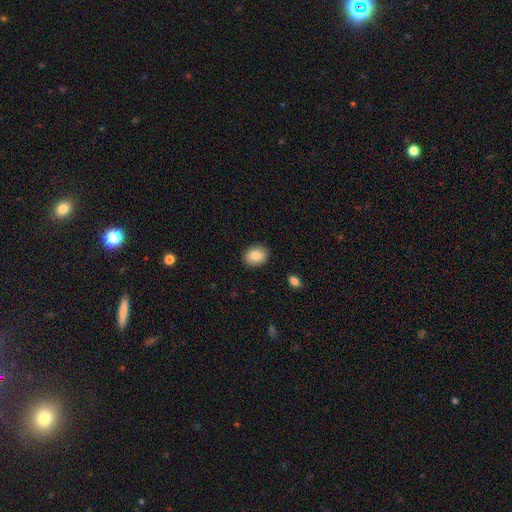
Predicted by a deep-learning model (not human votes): Morphology: type=smooth (86%); roundness=in between (61%); merging=none (89%).